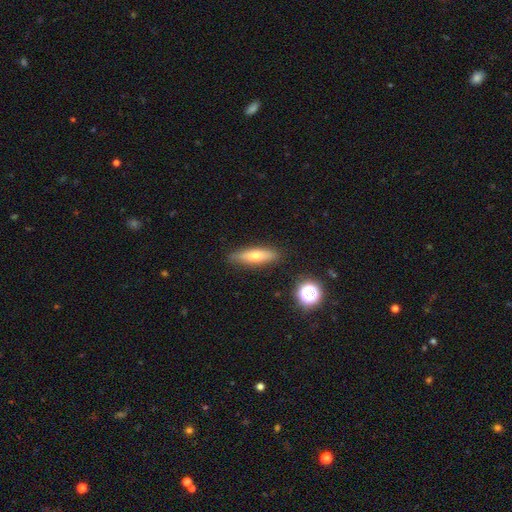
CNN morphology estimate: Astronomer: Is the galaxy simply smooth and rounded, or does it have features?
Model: smooth — 61%.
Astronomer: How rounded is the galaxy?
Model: cigar-shaped — 67%.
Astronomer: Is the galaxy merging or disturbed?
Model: none — 86%.